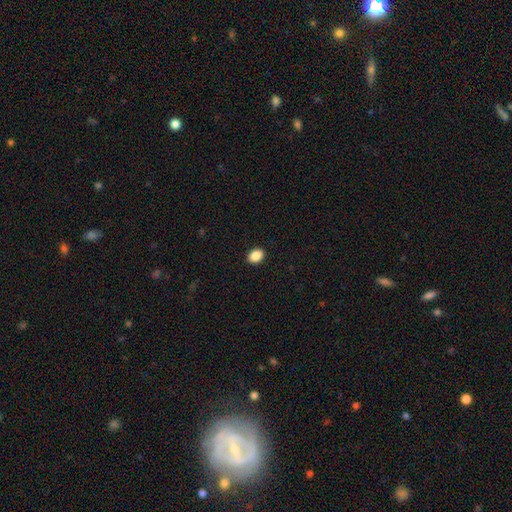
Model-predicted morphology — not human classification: This is clearly a smooth galaxy (88%). How rounded: likely in between (68%). Merging: clearly none (91%).